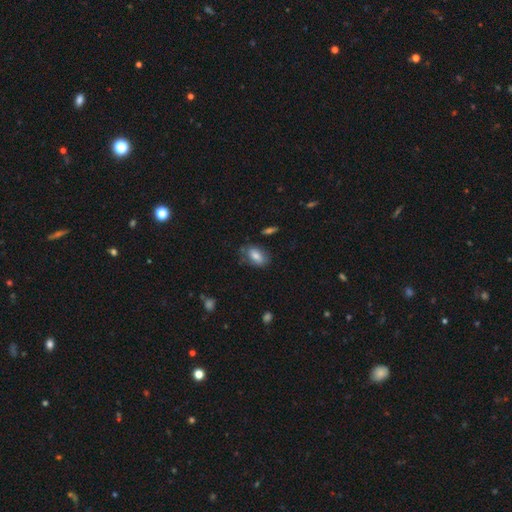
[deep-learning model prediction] A smooth galaxy with no disk features (75%) that is in between round and cigar-shaped (89%).

Vote fractions:
- Smooth or featured? smooth: 75% / featured or disk: 17% / star or artifact: 8%
- How rounded? in between: 89% / round: 8% / cigar-shaped: 4%
- Merging? none: 69% / minor disturbance: 22% / major disturbance: 6% / merger: 3%